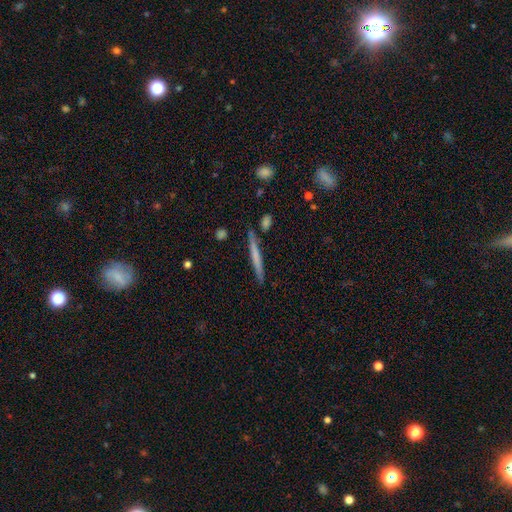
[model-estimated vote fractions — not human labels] smooth 52%, featured or disk 42%, star or artifact 6%. Down the decision tree: how rounded — cigar-shaped (96%); merging — none (87%).